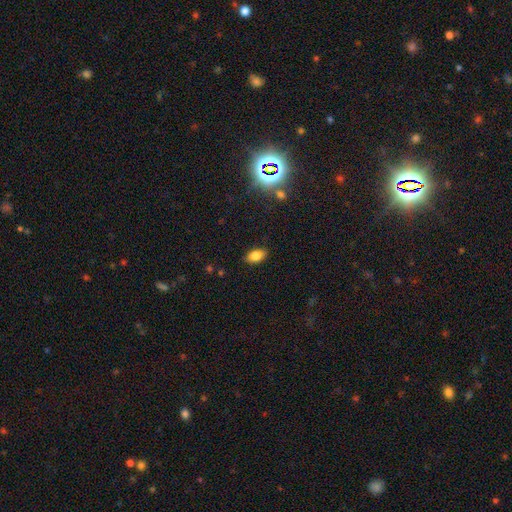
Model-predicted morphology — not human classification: Overall: smooth (81%). How rounded: in between (90%). Merging: none (87%).